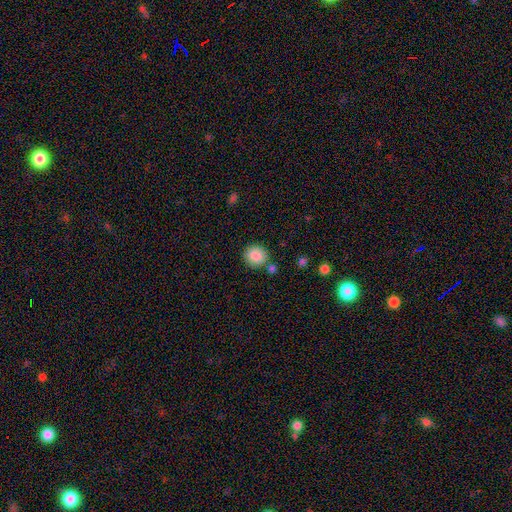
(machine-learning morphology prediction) The model was most divided on "merging": none: 81%, minor disturbance: 9%, merger: 7%, major disturbance: 3%. More confident: smooth or featured — smooth (87%); how rounded — round (87%).